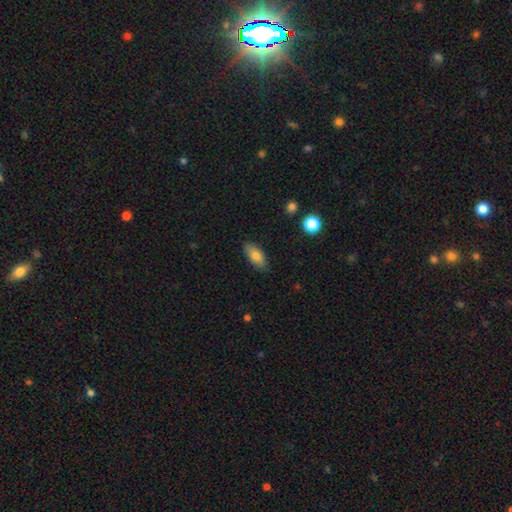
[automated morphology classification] type=smooth (79%); roundness=in between (83%); merging=none (85%).